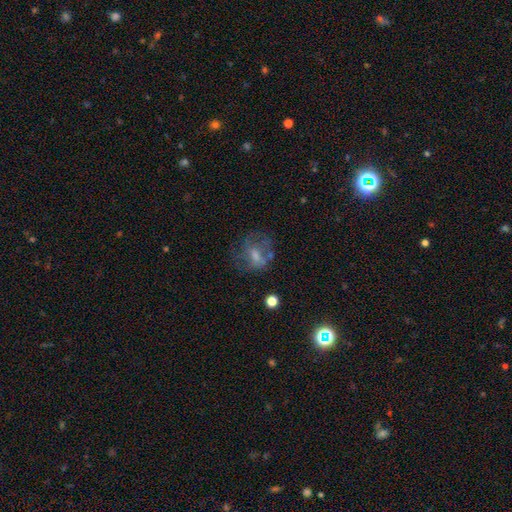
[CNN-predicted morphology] Smooth or featured?
  - featured or disk: 46% *
  - smooth: 35%
  - star or artifact: 19%
Merging?
  - none: 55% *
  - major disturbance: 21%
  - minor disturbance: 20%
  - merger: 4%